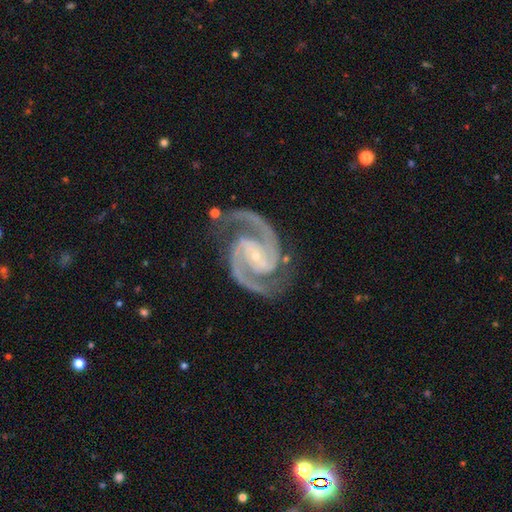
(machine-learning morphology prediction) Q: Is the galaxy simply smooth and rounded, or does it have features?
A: featured or disk — 95%.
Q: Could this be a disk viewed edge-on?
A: no — 98%.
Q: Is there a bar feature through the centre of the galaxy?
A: no — 37%.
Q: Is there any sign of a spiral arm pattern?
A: yes — 99%.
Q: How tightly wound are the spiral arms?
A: medium — 61%.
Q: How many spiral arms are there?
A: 2 — 93%.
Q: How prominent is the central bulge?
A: small — 83%.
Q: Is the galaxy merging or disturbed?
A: none — 78%.